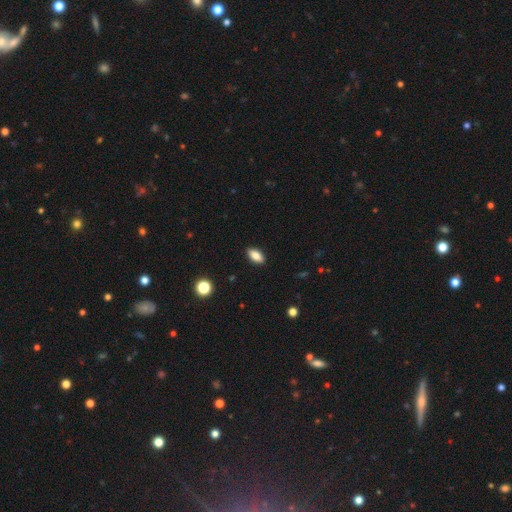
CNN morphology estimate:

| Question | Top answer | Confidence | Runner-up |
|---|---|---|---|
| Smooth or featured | smooth | 83% | featured or disk (9%) |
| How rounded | in between | 88% | cigar-shaped (9%) |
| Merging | none | 90% | minor disturbance (8%) |